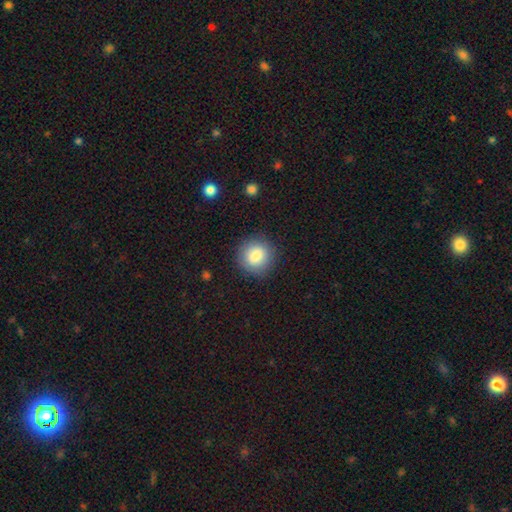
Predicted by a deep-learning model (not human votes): Q: Smooth or featured?
A: smooth (84%); runner-up: featured or disk (8%)
Q: How rounded?
A: round (86%); runner-up: in between (13%)
Q: Merging?
A: none (87%); runner-up: minor disturbance (9%)